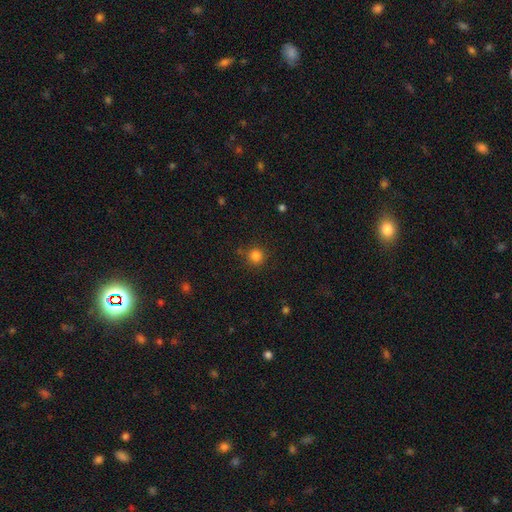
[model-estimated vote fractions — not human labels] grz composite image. It shows a smooth galaxy with no disk features (83%) that is round (94%). Merging: none (85%).